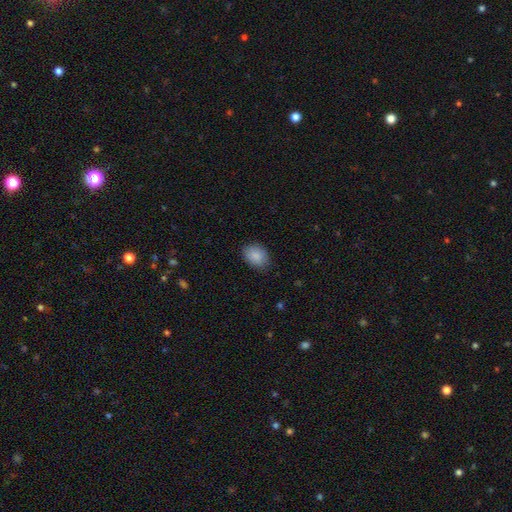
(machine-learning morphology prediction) Smooth or featured: smooth — 88% (star or artifact — 7%)
How rounded: in between — 67% (round — 32%)
Merging: none — 81% (minor disturbance — 15%)